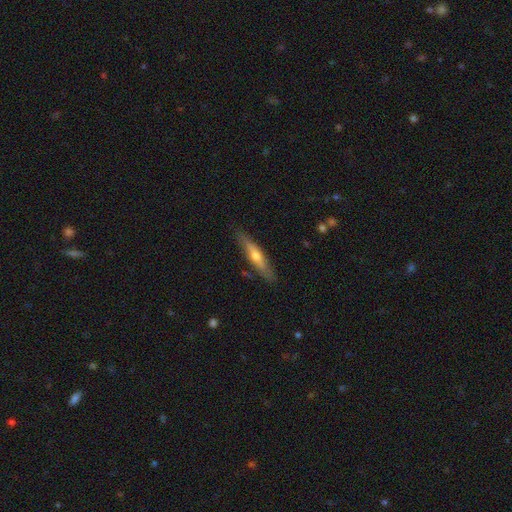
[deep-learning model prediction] Smooth or featured?
  - featured or disk: 54% *
  - smooth: 41%
  - star or artifact: 6%
Edge-on disk?
  - yes: 87% *
  - no: 13%
Merging?
  - none: 85% *
  - minor disturbance: 11%
  - major disturbance: 2%
  - merger: 2%